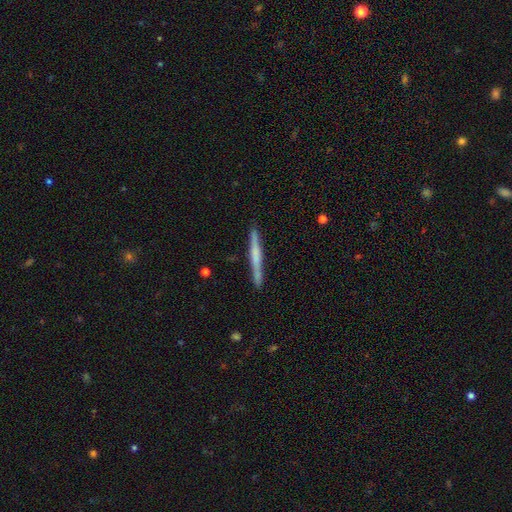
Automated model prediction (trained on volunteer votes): smooth_or_featured: featured or disk (p=0.53) [alt: smooth p=0.41]
disk_edge_on: yes (p=0.97) [alt: no p=0.03]
edge_on_bulge: none (p=0.54) [alt: rounded p=0.29]
merging: none (p=0.90) [alt: minor disturbance p=0.08]